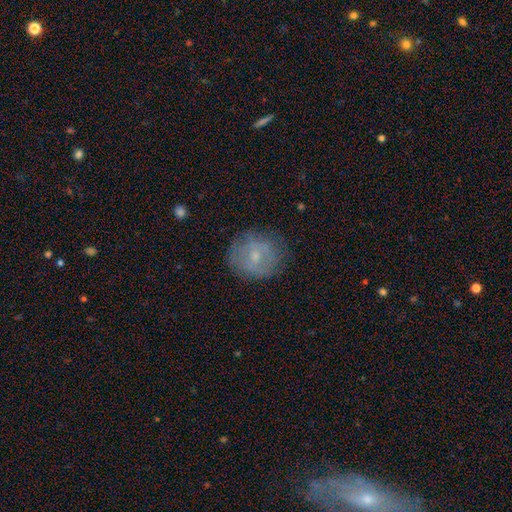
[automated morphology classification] Smooth or featured?
  - smooth: 52% *
  - featured or disk: 39%
  - star or artifact: 9%
How rounded?
  - round: 81% *
  - in between: 18%
  - cigar-shaped: 1%
Merging?
  - none: 73% *
  - minor disturbance: 18%
  - major disturbance: 7%
  - merger: 1%